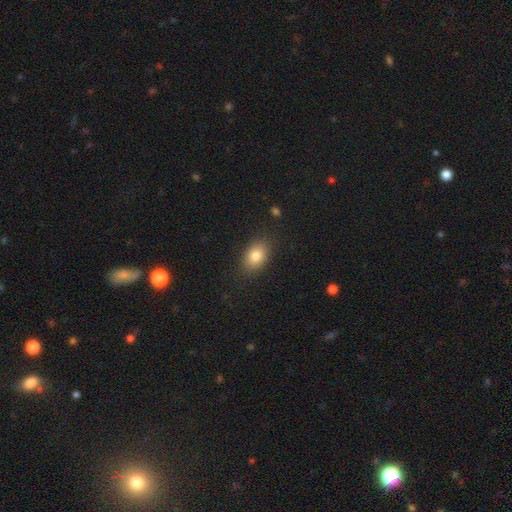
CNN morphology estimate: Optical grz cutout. It shows a smooth galaxy with no disk features (82%) that is in between round and cigar-shaped (81%). Merging: none (85%).